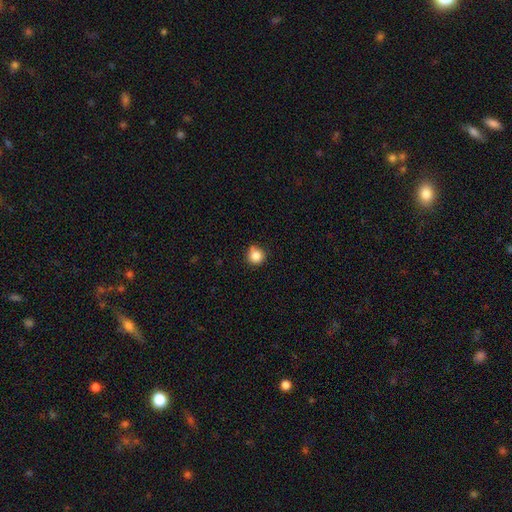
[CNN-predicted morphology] Smooth or featured: smooth — 84% (star or artifact — 11%)
How rounded: round — 92% (in between — 7%)
Merging: none — 75% (minor disturbance — 18%)